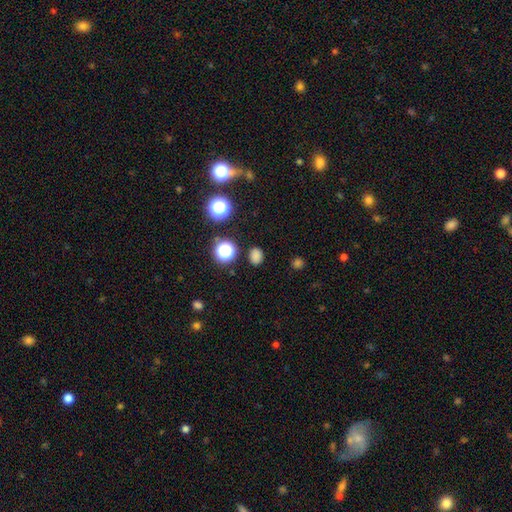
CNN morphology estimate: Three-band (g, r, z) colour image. It shows a smooth galaxy with no disk features (76%) that is in between round and cigar-shaped (50%). Merging: none (86%).